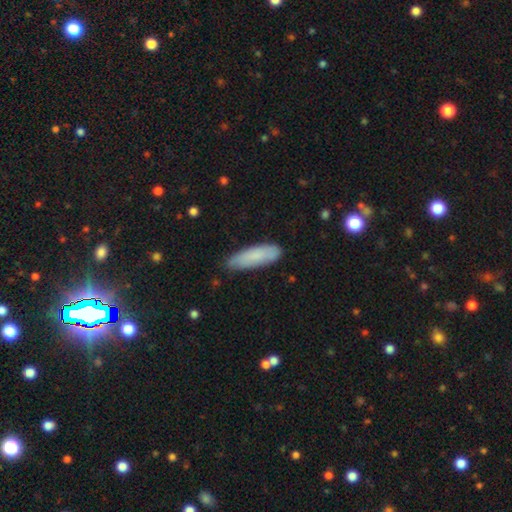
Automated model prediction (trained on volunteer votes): Q: Smooth or featured?
A: smooth (82%); runner-up: featured or disk (12%)
Q: How rounded?
A: cigar-shaped (54%); runner-up: in between (45%)
Q: Merging?
A: none (80%); runner-up: minor disturbance (16%)